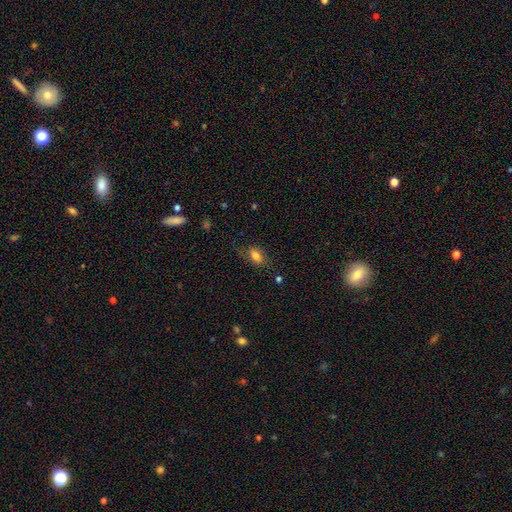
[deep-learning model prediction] Q: Smooth or featured?
A: smooth (74%); runner-up: featured or disk (16%)
Q: How rounded?
A: in between (86%); runner-up: round (9%)
Q: Merging?
A: none (63%); runner-up: minor disturbance (23%)